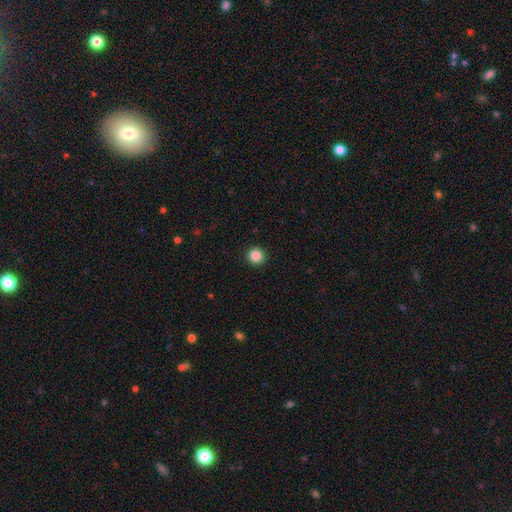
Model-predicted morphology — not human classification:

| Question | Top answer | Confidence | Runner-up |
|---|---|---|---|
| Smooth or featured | smooth | 87% | star or artifact (10%) |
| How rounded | round | 95% | in between (4%) |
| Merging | none | 93% | minor disturbance (4%) |